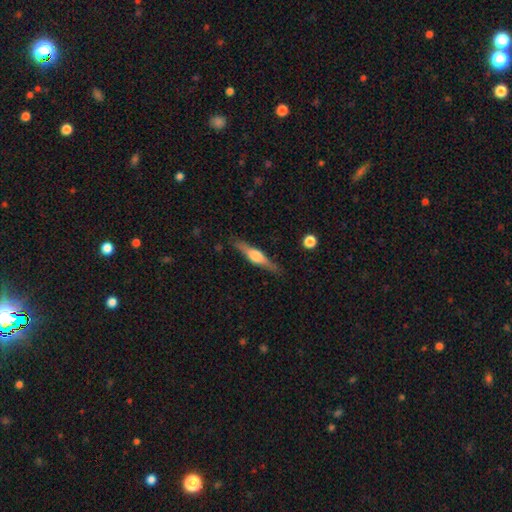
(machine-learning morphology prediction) Smooth or featured? featured or disk (69%)
Edge-on disk? yes (97%)
Edge-on bulge? rounded (88%)
Merging? none (86%)